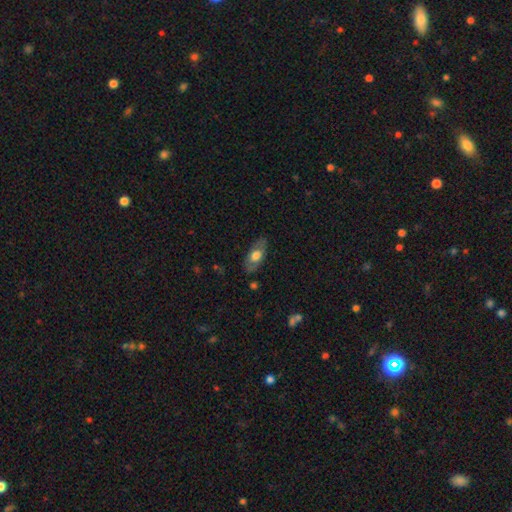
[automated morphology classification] Smooth or featured: smooth — 59% (featured or disk — 35%)
How rounded: in between — 87% (cigar-shaped — 9%)
Merging: none — 79% (minor disturbance — 15%)